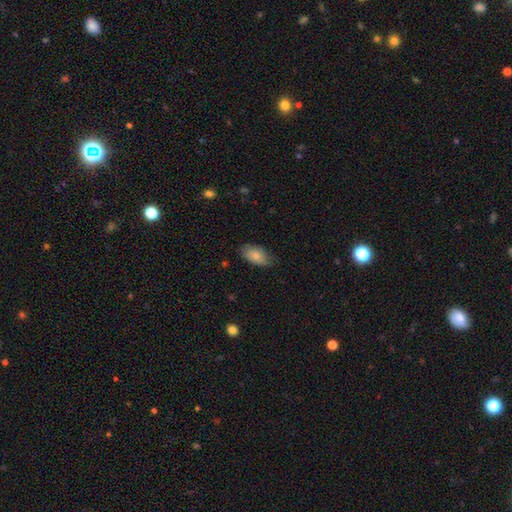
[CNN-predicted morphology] Smooth or featured?
  - smooth: 84% *
  - featured or disk: 10%
  - star or artifact: 6%
How rounded?
  - in between: 93% *
  - round: 4%
  - cigar-shaped: 3%
Merging?
  - none: 70% *
  - minor disturbance: 25%
  - major disturbance: 4%
  - merger: 1%